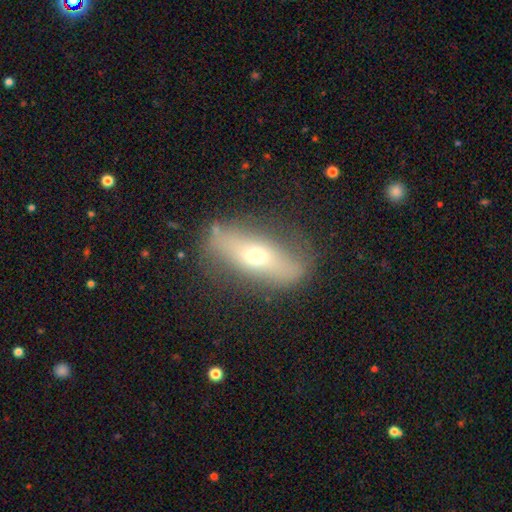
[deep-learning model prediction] smooth_or_featured: featured or disk (p=0.54) [alt: smooth p=0.37]
disk_edge_on: no (p=0.51) [alt: yes p=0.49]
merging: none (p=0.77) [alt: minor disturbance p=0.15]